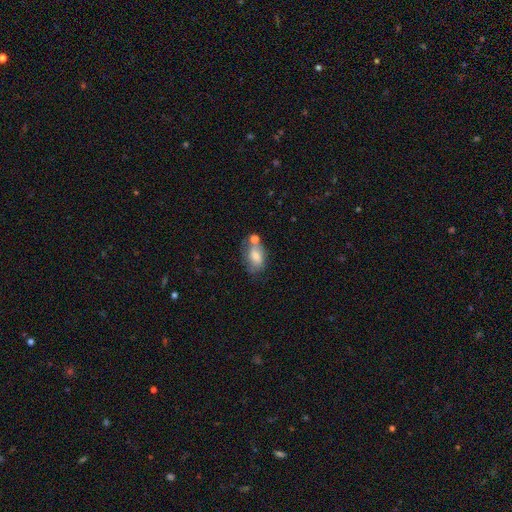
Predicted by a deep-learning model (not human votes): smooth-or-featured: smooth: 70% | featured or disk: 22% | star or artifact: 8%
  how-rounded: in between: 86% | round: 11% | cigar-shaped: 2%
  merging: none: 41% | merger: 27% | minor disturbance: 22% | major disturbance: 10%